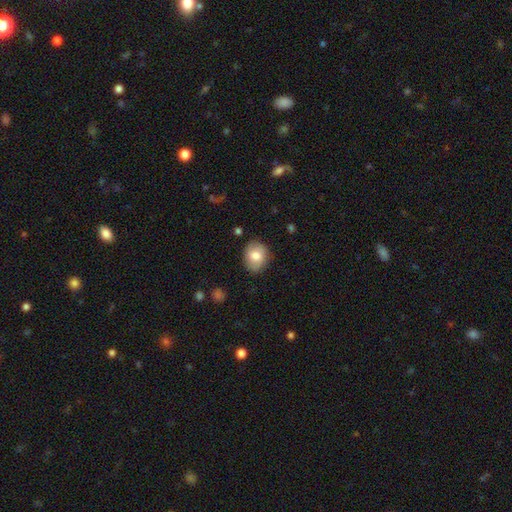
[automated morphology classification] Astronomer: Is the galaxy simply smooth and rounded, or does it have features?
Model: smooth — 75%.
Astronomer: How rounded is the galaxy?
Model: round — 55% (runner-up: in between, 44%).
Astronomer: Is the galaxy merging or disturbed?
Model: none — 80%.